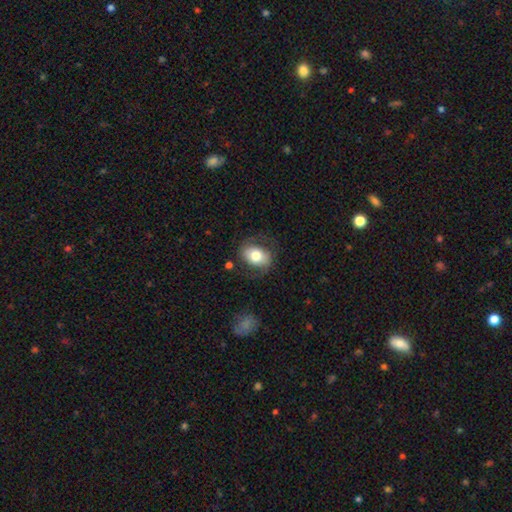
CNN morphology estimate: A smooth galaxy with no disk features (63%) that is in between round and cigar-shaped (73%).

Vote fractions:
- Smooth or featured? smooth: 63% / featured or disk: 30% / star or artifact: 7%
- How rounded? in between: 73% / round: 26% / cigar-shaped: 1%
- Merging? none: 68% / minor disturbance: 19% / major disturbance: 11% / merger: 2%